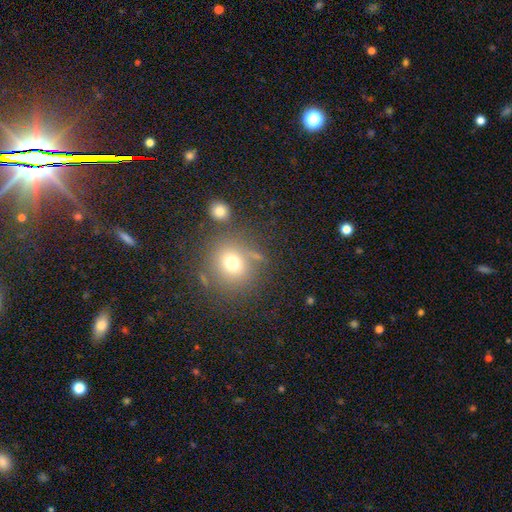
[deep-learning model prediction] This is likely a smooth galaxy (68%). How rounded: clearly round (86%). Merging: likely none (74%).